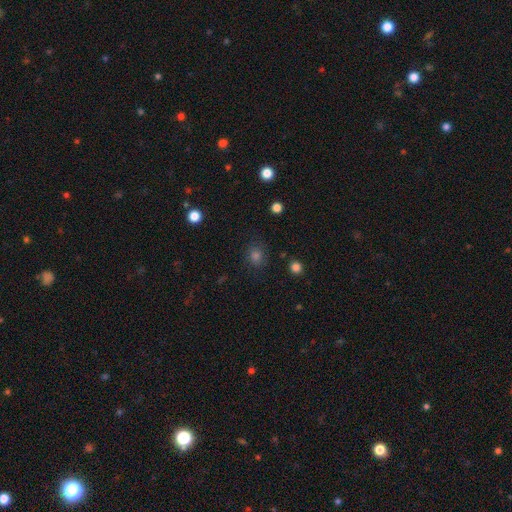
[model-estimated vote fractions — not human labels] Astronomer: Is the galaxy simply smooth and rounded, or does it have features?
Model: smooth — 75%.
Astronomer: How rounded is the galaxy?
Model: round — 79%.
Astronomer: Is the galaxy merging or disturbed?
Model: none — 86%.